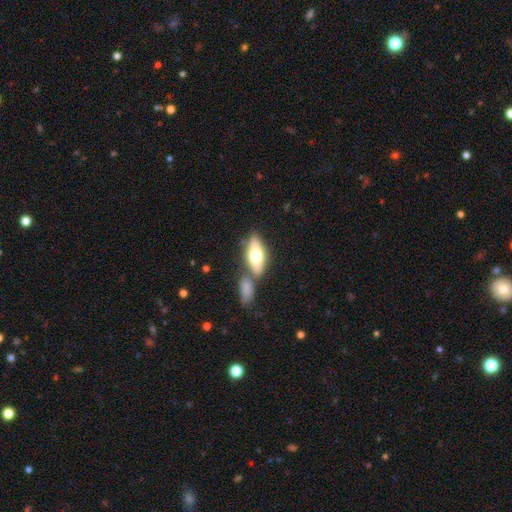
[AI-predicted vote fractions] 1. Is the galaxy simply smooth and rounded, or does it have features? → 66% smooth, 28% featured or disk, 6% star or artifact.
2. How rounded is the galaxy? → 75% in between, 22% cigar-shaped, 3% round.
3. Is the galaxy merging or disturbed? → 56% none, 29% merger, 12% minor disturbance, 4% major disturbance.